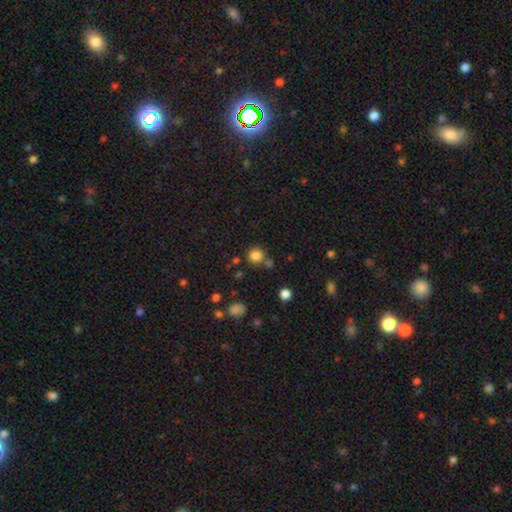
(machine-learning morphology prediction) This is clearly a smooth galaxy (82%). How rounded: clearly round (92%). Merging: likely none (74%).